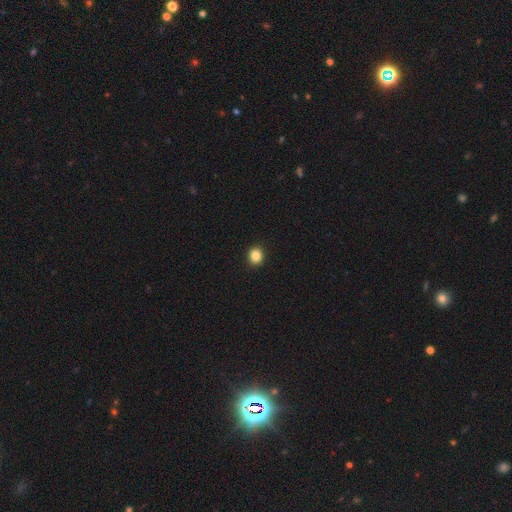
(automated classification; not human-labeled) Morphology: type=smooth (85%); roundness=round (80%); merging=none (93%).